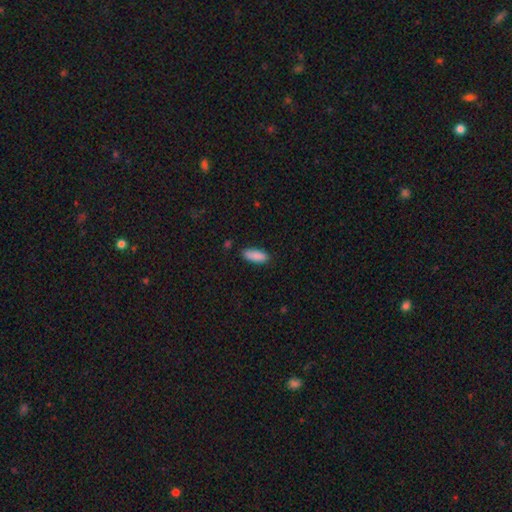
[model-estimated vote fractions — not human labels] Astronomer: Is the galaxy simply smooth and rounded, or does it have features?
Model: smooth — 90%.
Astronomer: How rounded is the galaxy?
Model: in between — 72%.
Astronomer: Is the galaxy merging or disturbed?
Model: none — 85%.